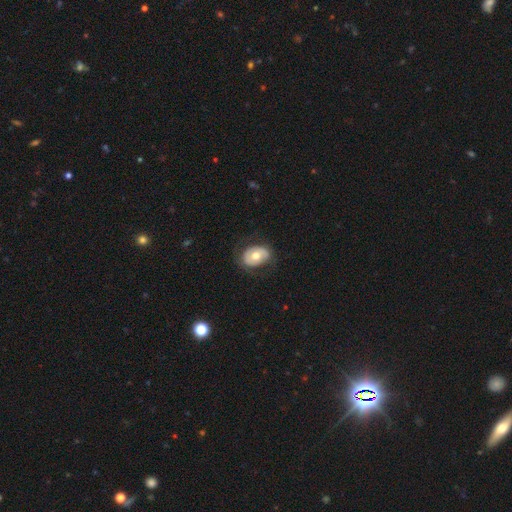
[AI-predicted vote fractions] A smooth galaxy with no disk features (55%) that is in between round and cigar-shaped (77%). Merging: none (74%).